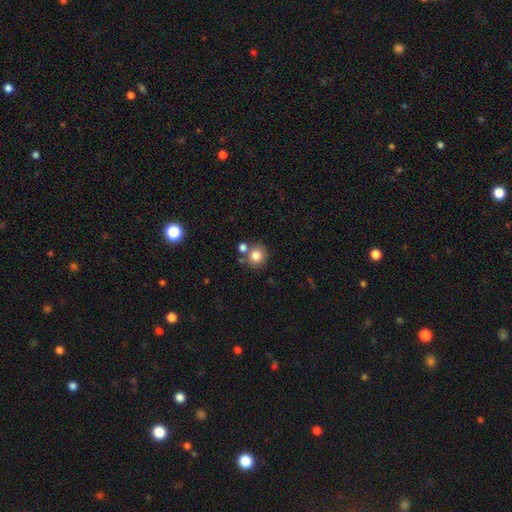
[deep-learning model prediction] Q: Smooth or featured?
A: smooth (80%); runner-up: star or artifact (11%)
Q: How rounded?
A: round (88%); runner-up: in between (11%)
Q: Merging?
A: none (66%); runner-up: merger (21%)